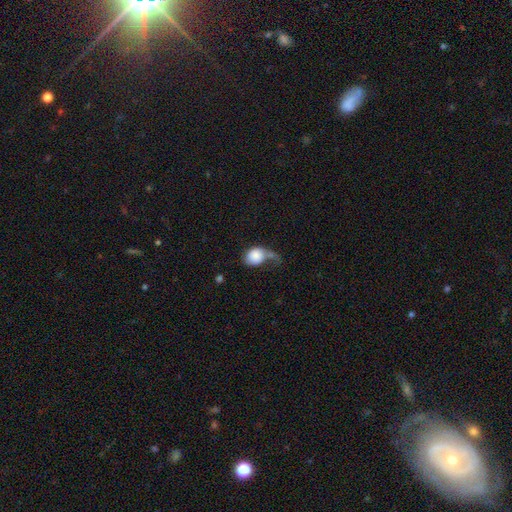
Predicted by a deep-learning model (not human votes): A smooth galaxy with no disk features (79%) that is round (54%). Merging: major disturbance (41%).